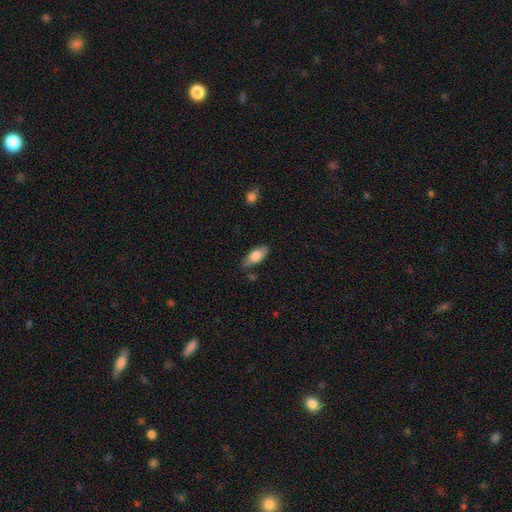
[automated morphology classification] smooth-or-featured: smooth: 76% | featured or disk: 18% | star or artifact: 6%
  how-rounded: in between: 84% | cigar-shaped: 13% | round: 3%
  merging: none: 76% | minor disturbance: 17% | major disturbance: 4% | merger: 3%